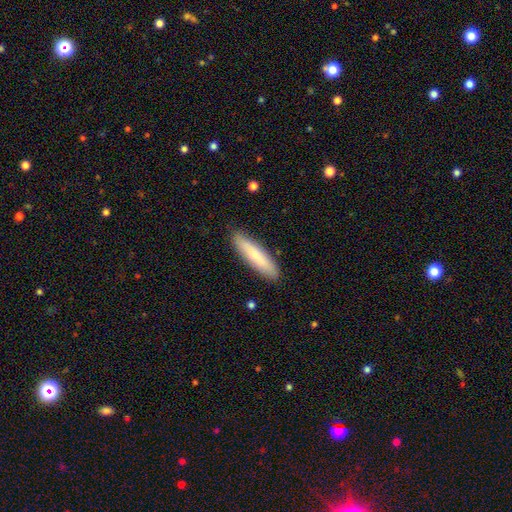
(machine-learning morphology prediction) Q: Smooth or featured?
A: smooth (72%); runner-up: featured or disk (22%)
Q: How rounded?
A: cigar-shaped (79%); runner-up: in between (19%)
Q: Merging?
A: none (88%); runner-up: minor disturbance (9%)